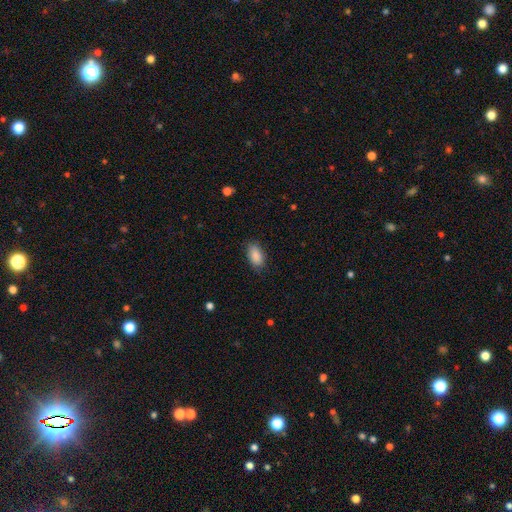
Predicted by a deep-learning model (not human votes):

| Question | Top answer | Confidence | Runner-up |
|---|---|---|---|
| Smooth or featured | smooth | 89% | star or artifact (7%) |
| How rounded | in between | 93% | round (4%) |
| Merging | none | 83% | minor disturbance (13%) |